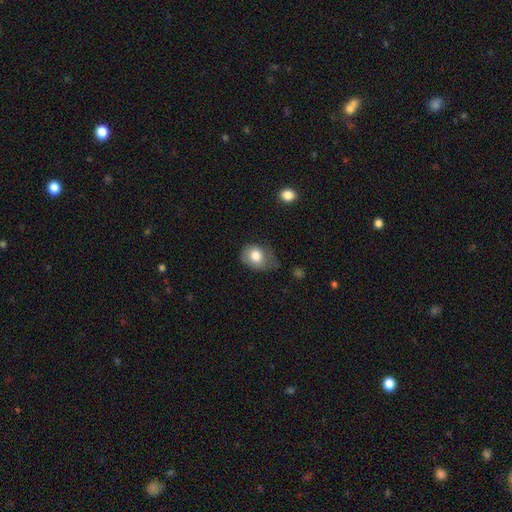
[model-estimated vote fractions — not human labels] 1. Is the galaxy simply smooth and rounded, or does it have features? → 78% smooth, 14% featured or disk, 8% star or artifact.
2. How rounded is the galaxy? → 56% in between, 43% round, 1% cigar-shaped.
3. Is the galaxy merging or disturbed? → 41% none, 38% minor disturbance, 18% major disturbance, 2% merger.